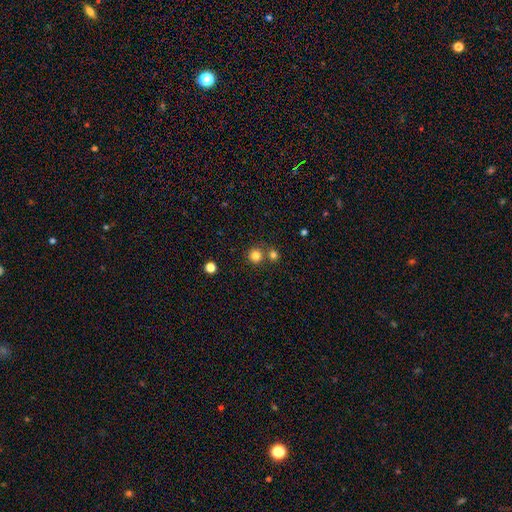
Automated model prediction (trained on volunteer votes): A smooth galaxy with no disk features (81%) that is round (94%). Merging: none (70%).